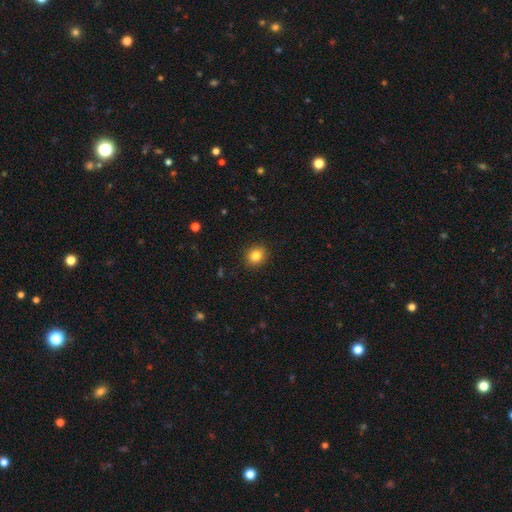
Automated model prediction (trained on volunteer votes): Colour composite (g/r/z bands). It shows a smooth galaxy with no disk features (83%) that is round (77%). Merging: none (91%).